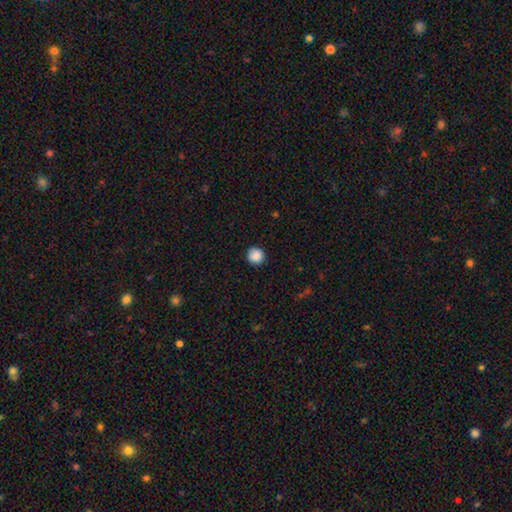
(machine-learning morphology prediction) Smooth or featured?
  - smooth: 89% *
  - star or artifact: 9%
  - featured or disk: 2%
How rounded?
  - round: 95% *
  - in between: 4%
  - cigar-shaped: 1%
Merging?
  - none: 91% *
  - minor disturbance: 6%
  - major disturbance: 2%
  - merger: 1%